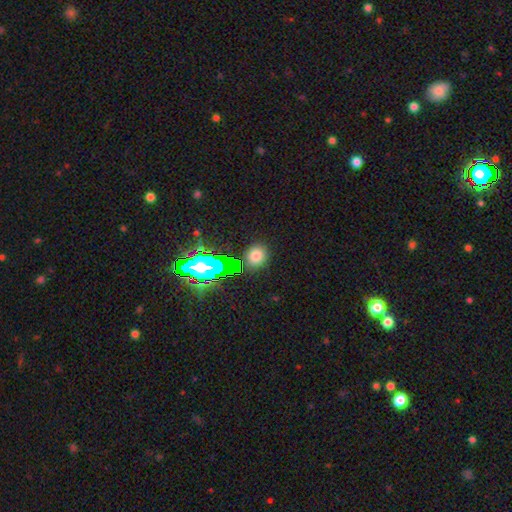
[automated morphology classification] type=smooth (69%); roundness=round (68%); merging=none (85%).